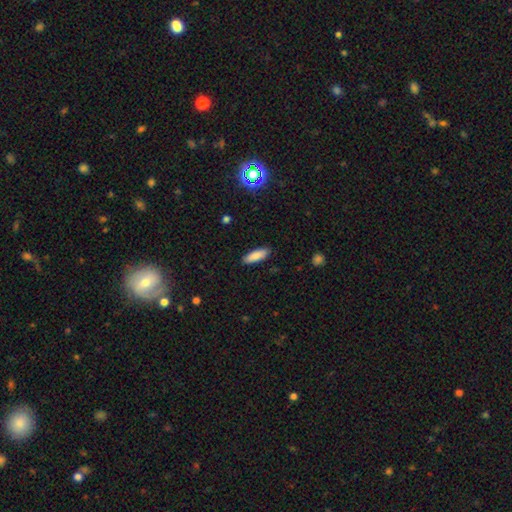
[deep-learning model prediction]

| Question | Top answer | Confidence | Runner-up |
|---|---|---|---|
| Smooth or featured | smooth | 86% | featured or disk (8%) |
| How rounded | in between | 57% | cigar-shaped (41%) |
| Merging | none | 88% | minor disturbance (9%) |